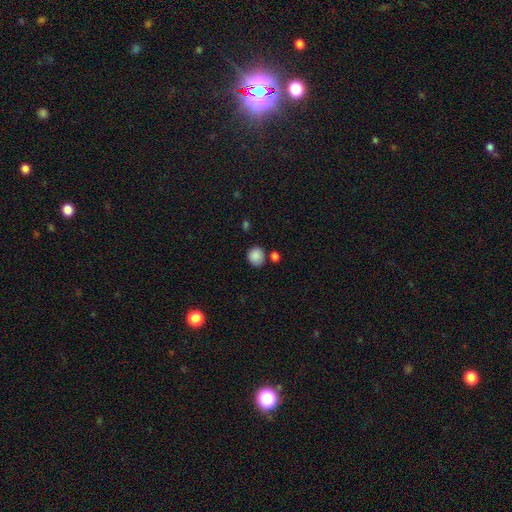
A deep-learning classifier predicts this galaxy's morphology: type=smooth (87%); roundness=round (86%); merging=none (78%).